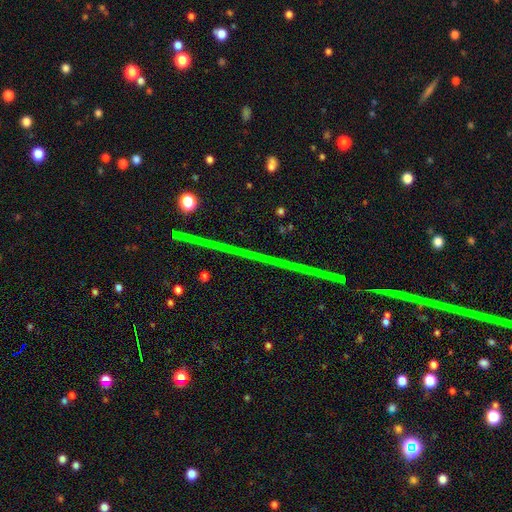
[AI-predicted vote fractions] A star or artifact, not a galaxy (82%).

Vote fractions:
- Smooth or featured? star or artifact: 82% / featured or disk: 10% / smooth: 7%